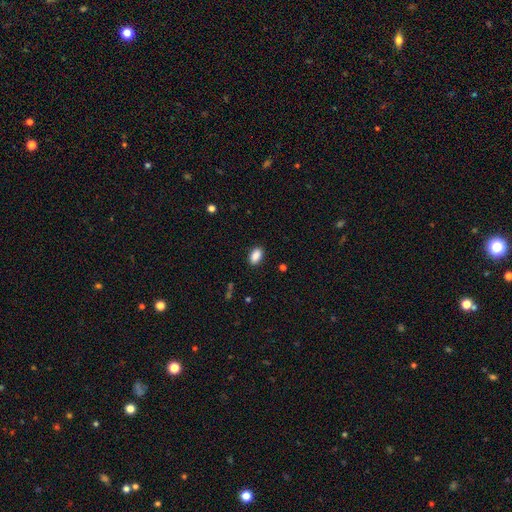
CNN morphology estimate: smooth 89%, star or artifact 8%, featured or disk 3%. Down the decision tree: how rounded — in between (91%); merging — none (88%).